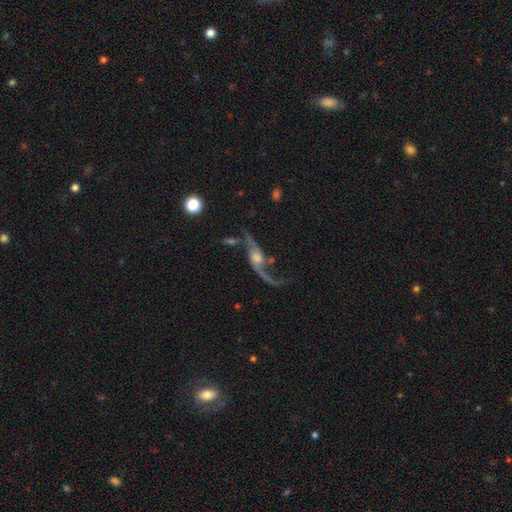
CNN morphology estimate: Overall: featured or disk (85%). Edge-on disk: no (80%). Bar: no (60%; weak 27%). Spiral arms: yes (93%). Spiral arm count: 2 (89%). Spiral winding: loose (92%). Bulge size: moderate (48%; small 32%). Merging: none (54%; major disturbance 21%).